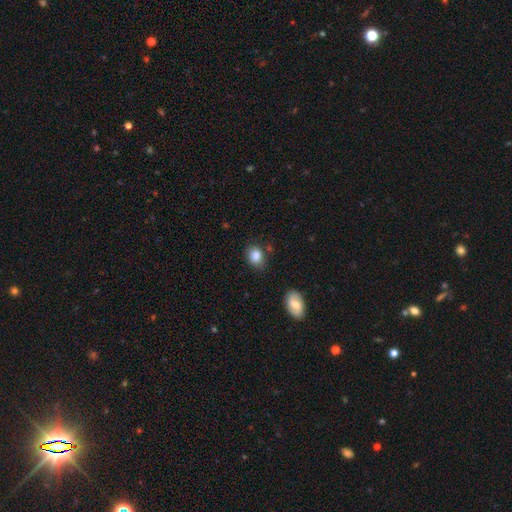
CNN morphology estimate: This is clearly a smooth galaxy (83%). How rounded: possibly in between (57%). Merging: likely none (80%).